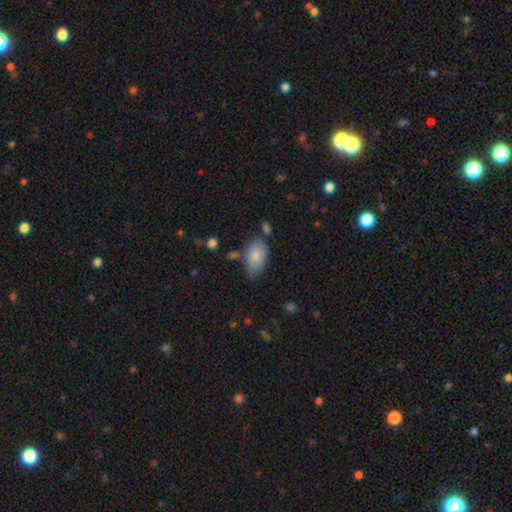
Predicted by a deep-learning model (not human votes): Smooth or featured: smooth — 82% (featured or disk — 12%)
How rounded: in between — 93% (round — 5%)
Merging: none — 63% (minor disturbance — 24%)